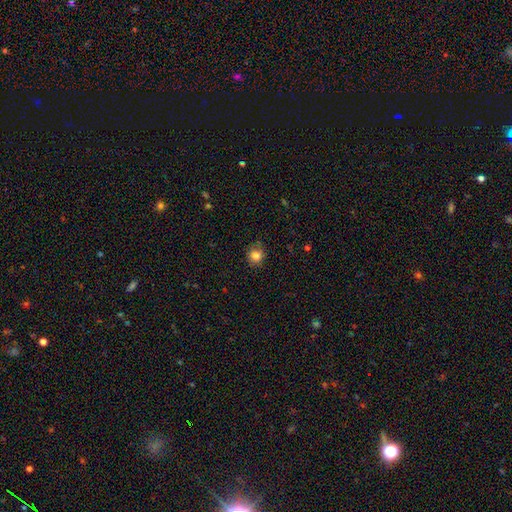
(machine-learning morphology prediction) smooth_or_featured: smooth (p=0.83) [alt: star or artifact p=0.11]
how_rounded: round (p=0.80) [alt: in between p=0.19]
merging: none (p=0.77) [alt: minor disturbance p=0.18]